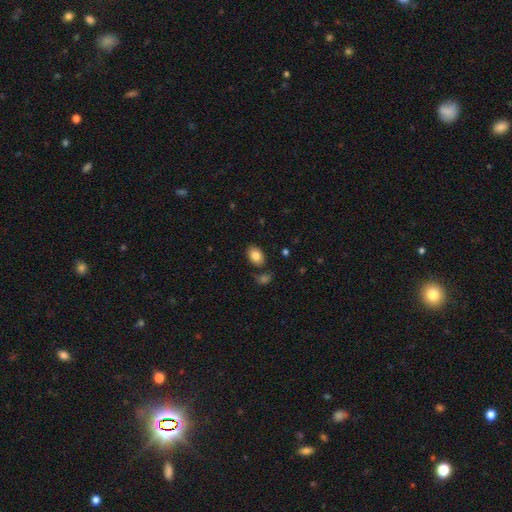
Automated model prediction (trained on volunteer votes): Smooth or featured? Predicted: smooth (p=0.84). How rounded? Predicted: in between (p=0.82). Merging? Predicted: none (p=0.80).